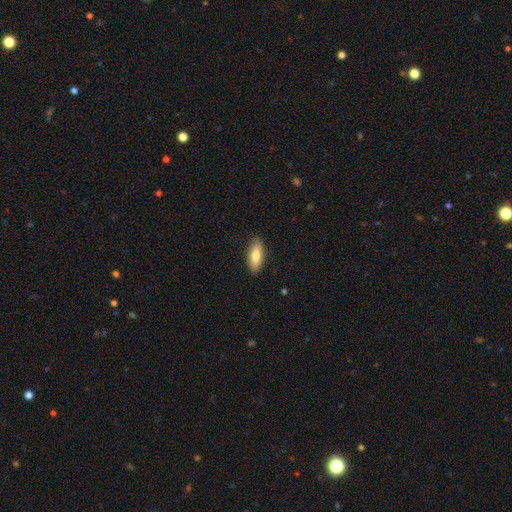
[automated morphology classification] This appears to be a smooth galaxy with no disk features (79%) that is in between round and cigar-shaped (75%). Merging: none (88%).